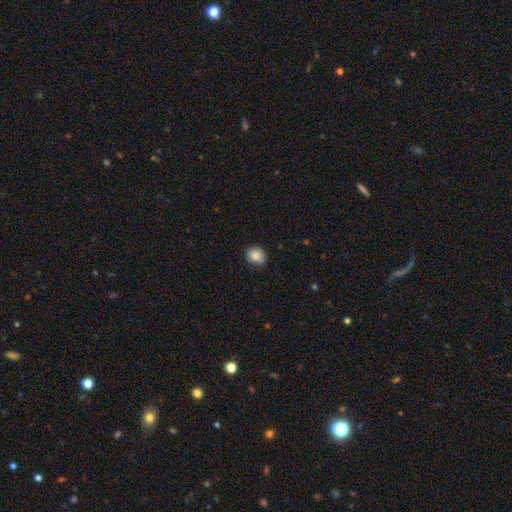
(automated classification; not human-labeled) Smooth or featured?
  - smooth: 85% *
  - star or artifact: 9%
  - featured or disk: 6%
How rounded?
  - round: 58% *
  - in between: 41%
  - cigar-shaped: 1%
Merging?
  - none: 82% *
  - minor disturbance: 15%
  - major disturbance: 2%
  - merger: 1%